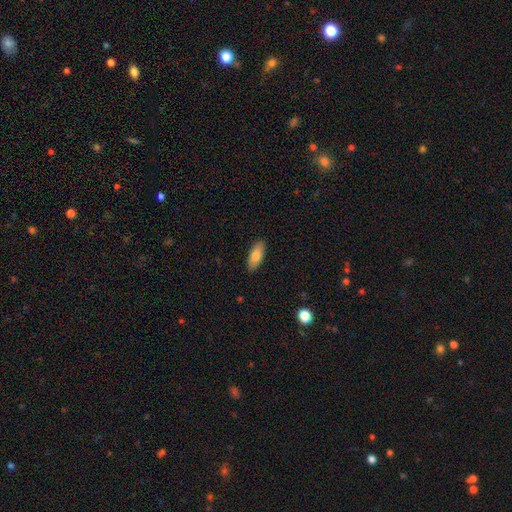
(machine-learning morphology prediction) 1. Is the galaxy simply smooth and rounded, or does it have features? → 81% smooth, 13% featured or disk, 6% star or artifact.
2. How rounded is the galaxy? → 81% in between, 17% cigar-shaped, 2% round.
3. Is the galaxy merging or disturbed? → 89% none, 8% minor disturbance, 2% major disturbance, 1% merger.